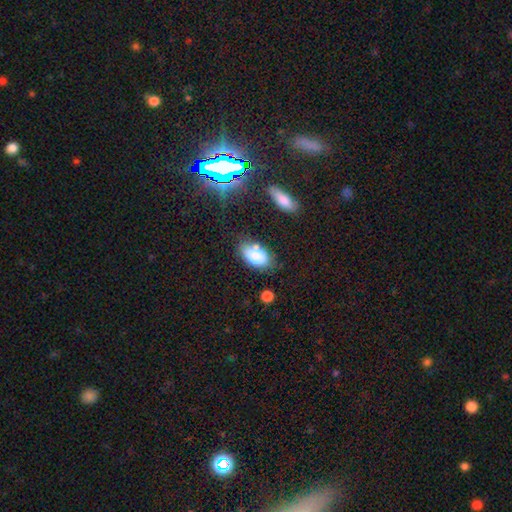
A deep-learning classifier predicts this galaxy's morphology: This is likely a smooth galaxy (77%). How rounded: clearly in between (91%). Merging: likely none (64%).